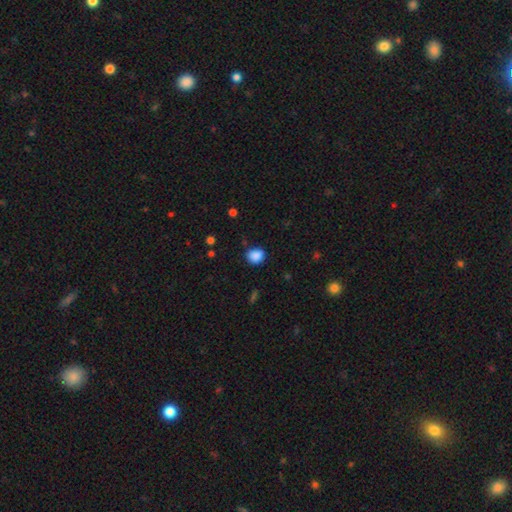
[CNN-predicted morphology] Overall: smooth (87%). How rounded: round (67%; in between 32%). Merging: none (78%).